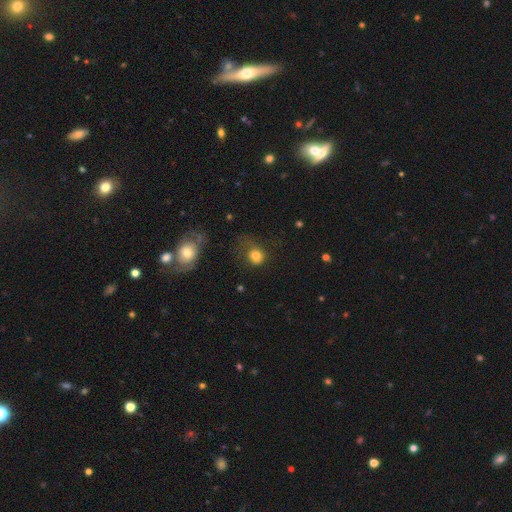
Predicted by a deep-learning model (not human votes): A smooth galaxy with no disk features (78%) that is round (71%).

Vote fractions:
- Smooth or featured? smooth: 78% / featured or disk: 12% / star or artifact: 11%
- How rounded? round: 71% / in between: 28% / cigar-shaped: 1%
- Merging? none: 40% / major disturbance: 31% / minor disturbance: 24% / merger: 5%